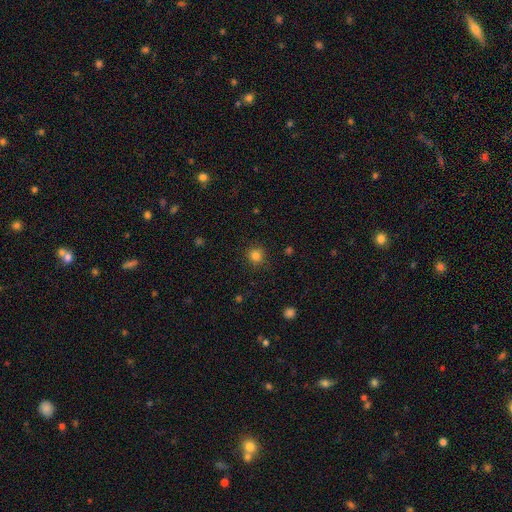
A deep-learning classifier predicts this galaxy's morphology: A smooth galaxy with no disk features (83%) that is round (92%).

Vote fractions:
- Smooth or featured? smooth: 83% / star or artifact: 13% / featured or disk: 4%
- How rounded? round: 92% / in between: 7% / cigar-shaped: 1%
- Merging? none: 88% / minor disturbance: 8% / major disturbance: 3% / merger: 1%